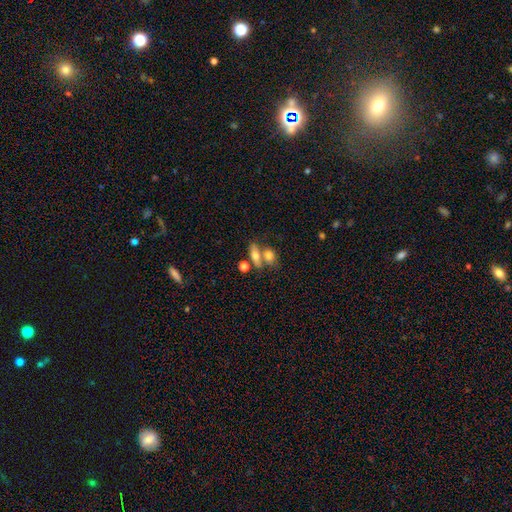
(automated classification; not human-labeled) A smooth galaxy with no disk features (65%) that is in between round and cigar-shaped (66%). Merging: merger (44%).